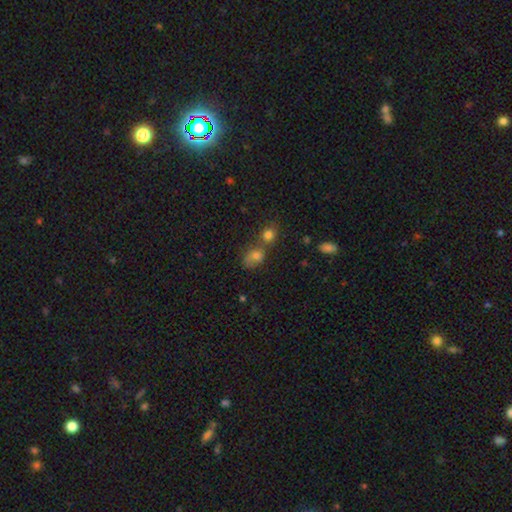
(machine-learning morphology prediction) Smooth or featured? Predicted: smooth (p=0.73). How rounded? Predicted: in between (p=0.55). Merging? Predicted: merger (p=0.49).